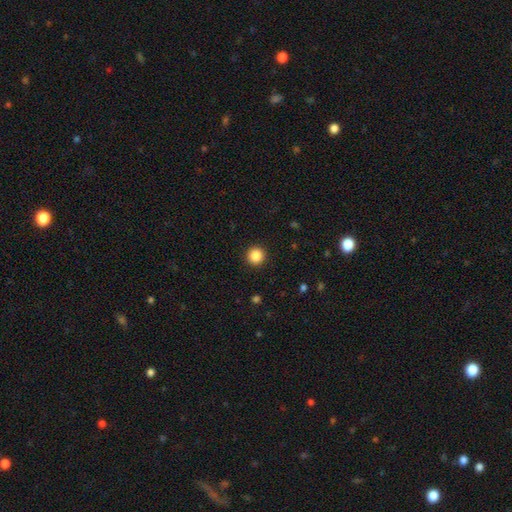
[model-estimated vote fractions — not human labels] Q: Smooth or featured?
A: smooth (87%); runner-up: star or artifact (10%)
Q: How rounded?
A: round (96%); runner-up: in between (3%)
Q: Merging?
A: none (93%); runner-up: minor disturbance (4%)